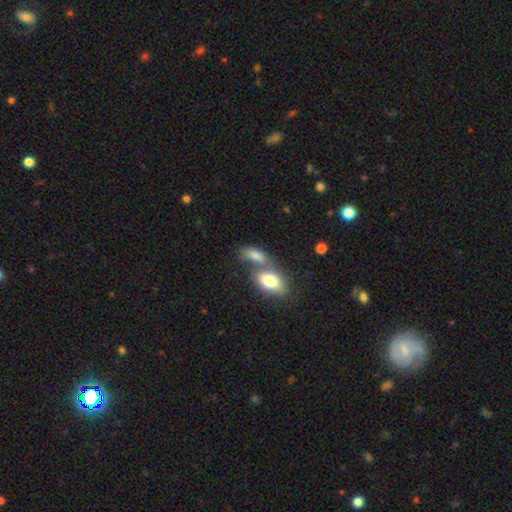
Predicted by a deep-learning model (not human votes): Smooth or featured? Predicted: smooth (p=0.80). How rounded? Predicted: in between (p=0.85). Merging? Predicted: merger (p=0.52).